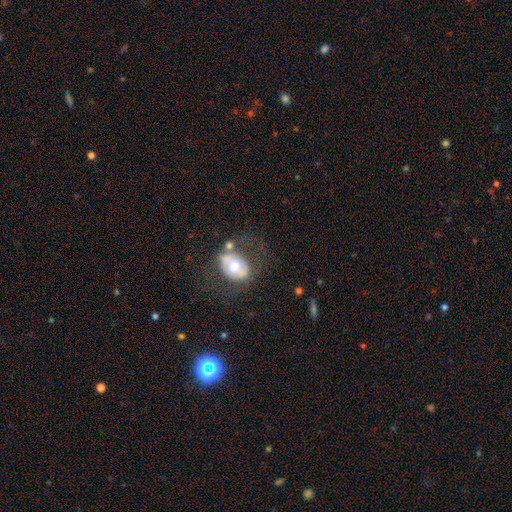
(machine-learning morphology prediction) Smooth or featured? featured or disk (47%)
Merging? none (55%)